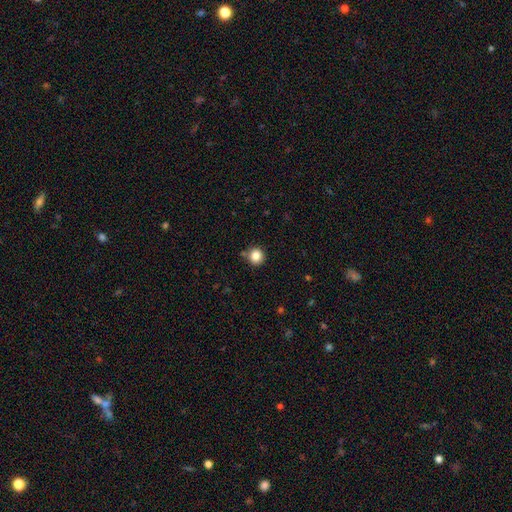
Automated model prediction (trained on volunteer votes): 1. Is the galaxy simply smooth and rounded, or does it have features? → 84% smooth, 11% star or artifact, 5% featured or disk.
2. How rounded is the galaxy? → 92% round, 7% in between, 1% cigar-shaped.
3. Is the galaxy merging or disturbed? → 84% none, 9% minor disturbance, 5% merger, 2% major disturbance.